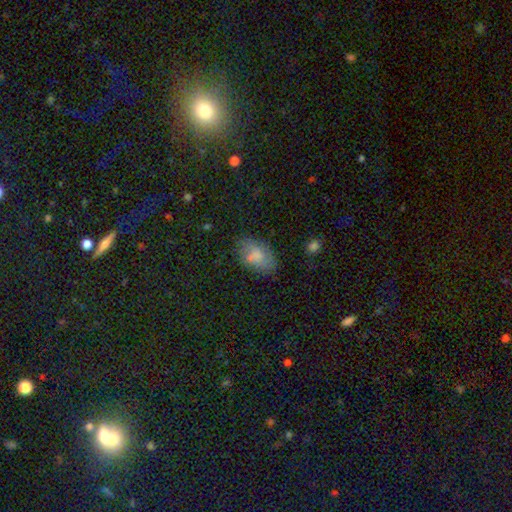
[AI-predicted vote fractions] The model was most divided on "merging": none: 63%, minor disturbance: 24%, major disturbance: 9%, merger: 4%. More confident: how rounded — in between (90%); smooth or featured — smooth (75%).